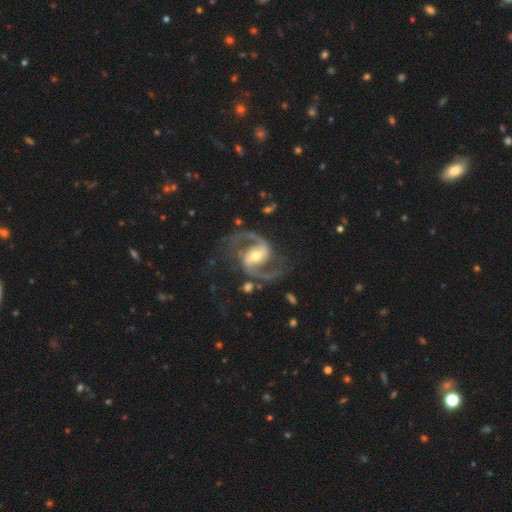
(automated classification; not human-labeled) Smooth or featured: featured or disk — 93% (star or artifact — 4%)
Edge-on disk: no — 98% (yes — 2%)
Bar: weak — 41% (strong — 38%)
Spiral arms: yes — 98% (no — 2%)
Spiral winding: medium — 62% (loose — 28%)
Spiral arm count: 2 — 95% (can't tell — 1%)
Bulge size: moderate — 65% (small — 27%)
Merging: none — 78% (minor disturbance — 13%)